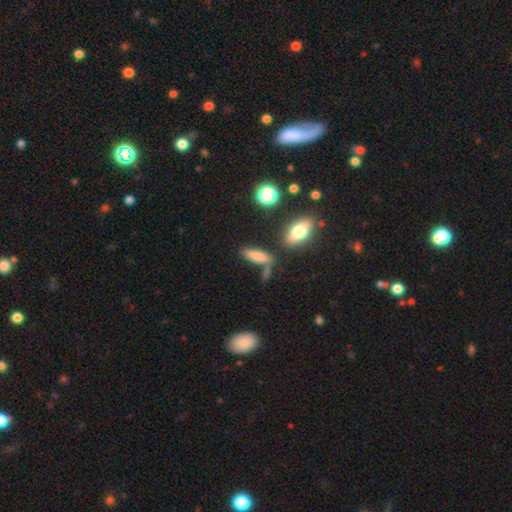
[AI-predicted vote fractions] A smooth galaxy with no disk features (75%) that is cigar-shaped (48%). Merging: none (54%).